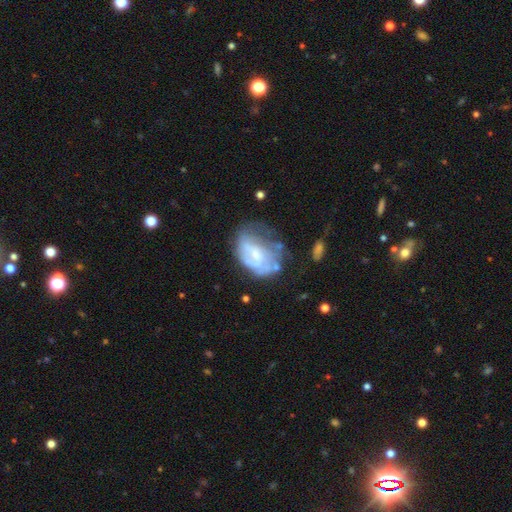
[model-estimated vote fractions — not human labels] The model was most divided on "merging": none: 35%, major disturbance: 30%, minor disturbance: 29%, merger: 6%. Remaining: edge-on disk — no (97%); bar — no (64%); smooth or featured — featured or disk (57%); spiral arms — no (55%); bulge size — small (42%).